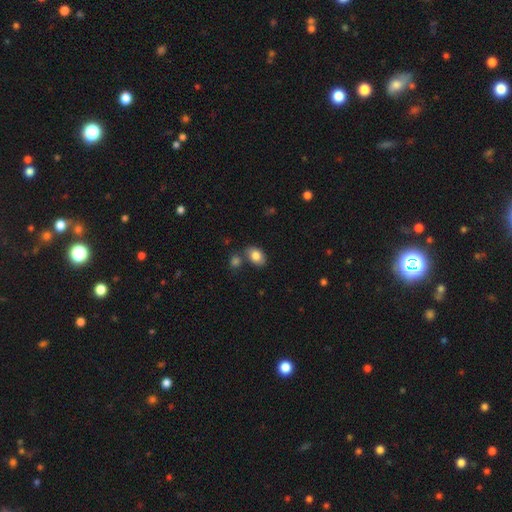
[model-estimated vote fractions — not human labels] Q: Smooth or featured?
A: smooth (83%); runner-up: featured or disk (9%)
Q: How rounded?
A: in between (82%); runner-up: round (17%)
Q: Merging?
A: none (67%); runner-up: merger (15%)